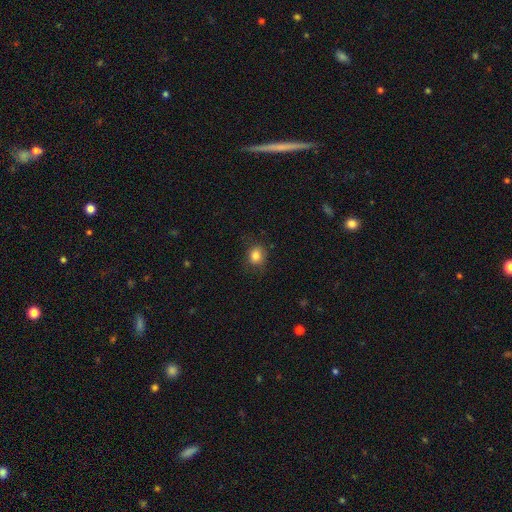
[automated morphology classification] Q: Smooth or featured?
A: smooth (83%); runner-up: star or artifact (11%)
Q: How rounded?
A: round (71%); runner-up: in between (28%)
Q: Merging?
A: none (78%); runner-up: minor disturbance (16%)